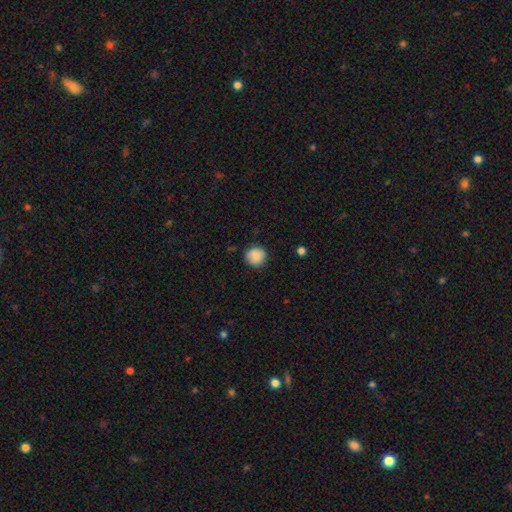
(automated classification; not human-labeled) Overall: smooth (87%). How rounded: round (92%). Merging: none (87%).